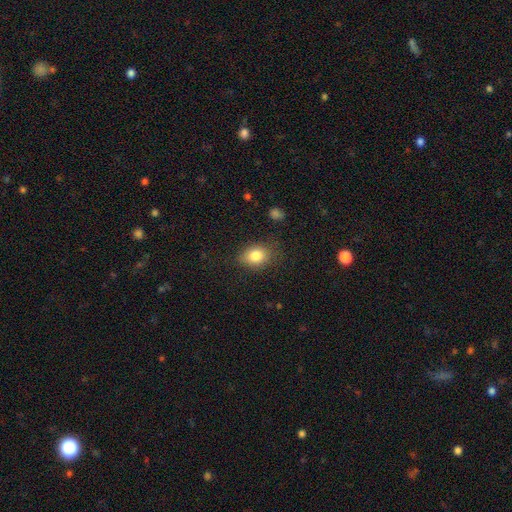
Volunteers were most divided on "how rounded": in between: 62%, round: 38%, cigar-shaped: 0%. More confident: smooth or featured — smooth (84%); merging — none (70%).